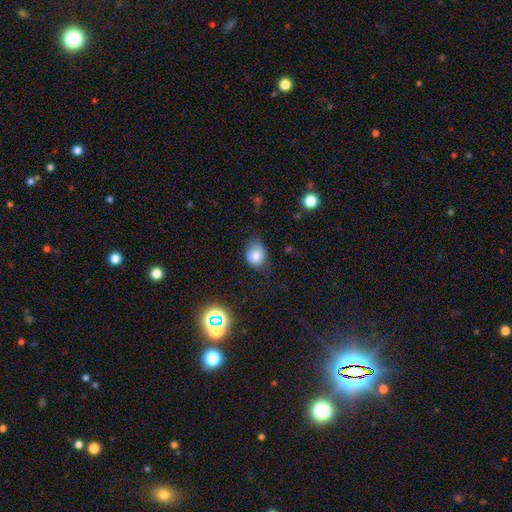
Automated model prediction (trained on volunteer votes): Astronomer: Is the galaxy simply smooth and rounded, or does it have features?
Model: smooth — 79%.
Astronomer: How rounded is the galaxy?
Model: in between — 50% (runner-up: round, 49%).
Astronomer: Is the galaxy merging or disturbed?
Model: none — 63%.